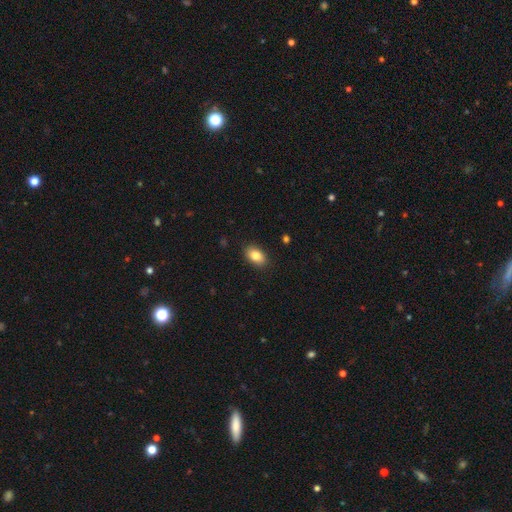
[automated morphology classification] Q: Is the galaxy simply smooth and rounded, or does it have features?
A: smooth — 84%.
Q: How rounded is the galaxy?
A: in between — 89%.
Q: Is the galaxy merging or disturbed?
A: none — 89%.